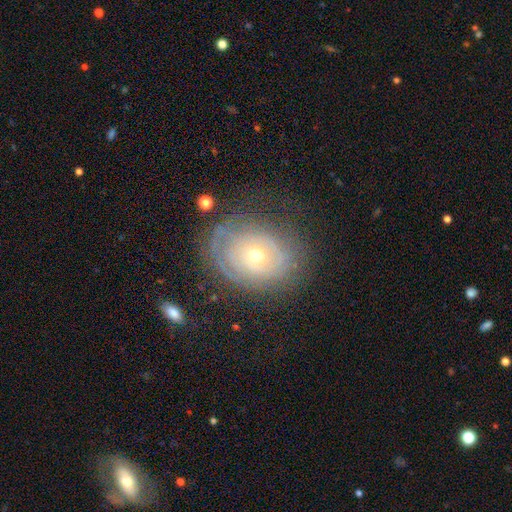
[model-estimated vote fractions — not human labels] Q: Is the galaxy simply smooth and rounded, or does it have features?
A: featured or disk — 65%.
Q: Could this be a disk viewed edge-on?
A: no — 95%.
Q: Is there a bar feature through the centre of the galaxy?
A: no — 87%.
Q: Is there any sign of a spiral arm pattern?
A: yes — 63%.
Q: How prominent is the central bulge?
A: small — 51%.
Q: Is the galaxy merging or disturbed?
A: none — 67%.